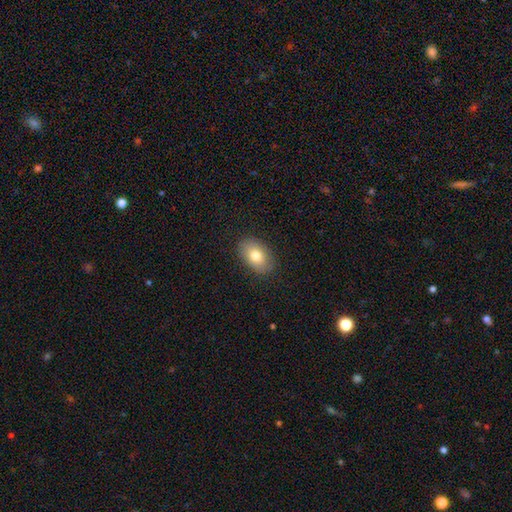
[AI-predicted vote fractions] Morphology: type=smooth (78%); roundness=in between (88%); merging=none (87%).